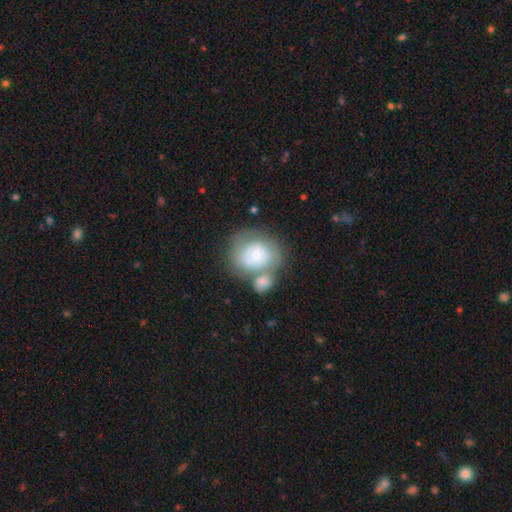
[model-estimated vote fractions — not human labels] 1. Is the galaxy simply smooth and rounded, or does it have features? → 54% smooth, 39% featured or disk, 7% star or artifact.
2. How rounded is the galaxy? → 70% round, 29% in between, 1% cigar-shaped.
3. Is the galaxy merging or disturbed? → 41% merger, 34% none, 15% minor disturbance, 10% major disturbance.